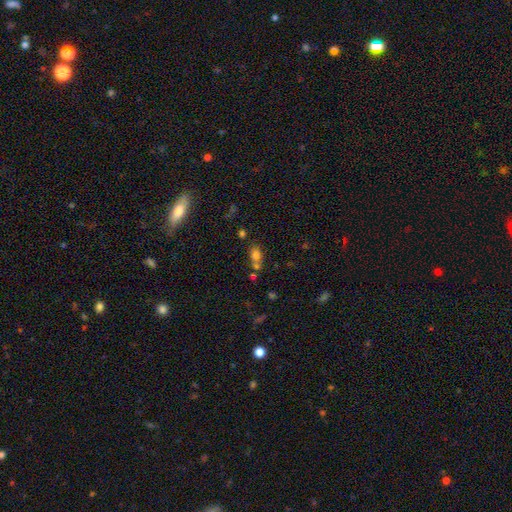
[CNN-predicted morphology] A smooth galaxy with no disk features (70%) that is in between round and cigar-shaped (66%).

Vote fractions:
- Smooth or featured? smooth: 70% / star or artifact: 19% / featured or disk: 11%
- How rounded? in between: 66% / round: 31% / cigar-shaped: 3%
- Merging? none: 43% / merger: 39% / minor disturbance: 12% / major disturbance: 6%